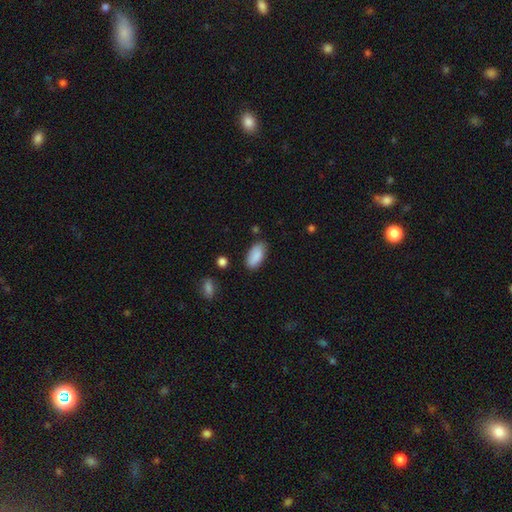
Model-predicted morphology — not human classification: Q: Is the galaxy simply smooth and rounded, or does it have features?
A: smooth — 88%.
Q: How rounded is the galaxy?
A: in between — 91%.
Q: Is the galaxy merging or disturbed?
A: none — 80%.